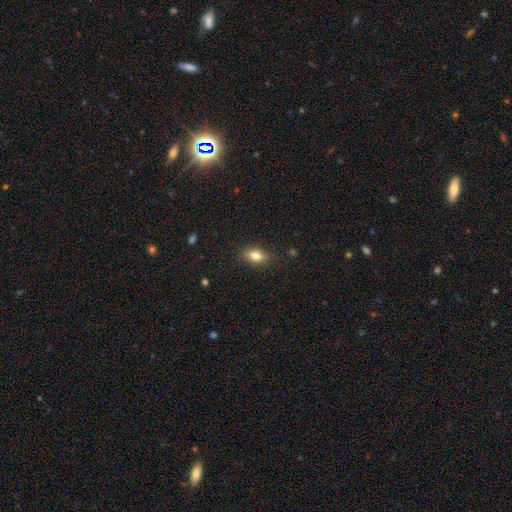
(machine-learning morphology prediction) Overall: smooth (81%). How rounded: in between (85%). Merging: none (85%).